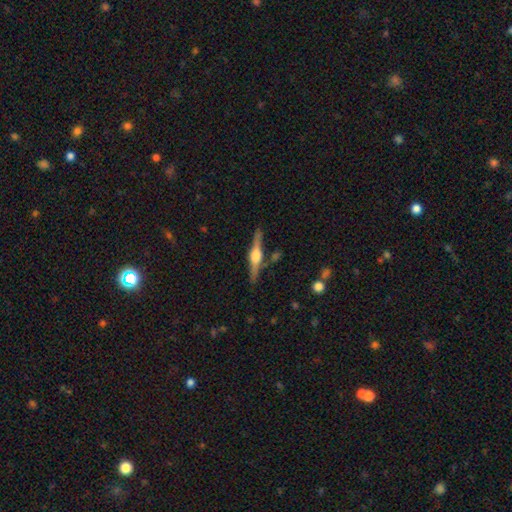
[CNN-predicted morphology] The model was most divided on "smooth or featured": featured or disk: 80%, smooth: 15%, star or artifact: 5%. More confident: edge-on disk — yes (98%); edge-on bulge — rounded (92%); merging — none (86%).